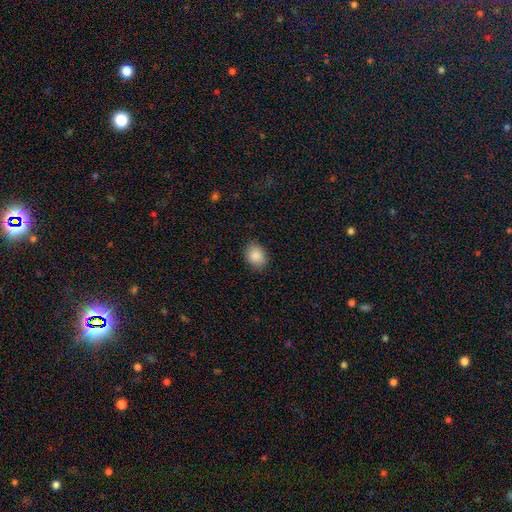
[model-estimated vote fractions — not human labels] Q: Smooth or featured?
A: smooth (88%); runner-up: star or artifact (8%)
Q: How rounded?
A: in between (56%); runner-up: round (43%)
Q: Merging?
A: none (86%); runner-up: minor disturbance (10%)